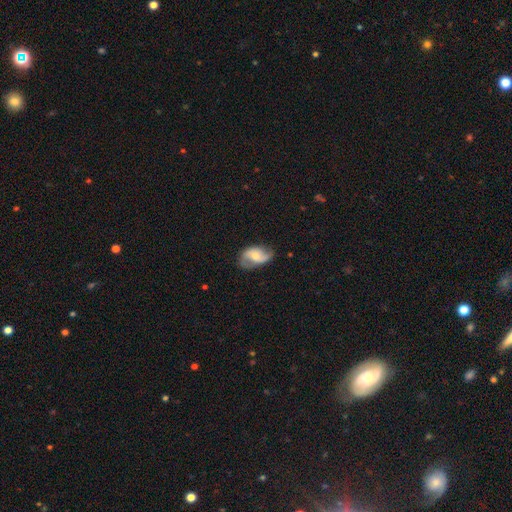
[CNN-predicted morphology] This is likely a featured or disk galaxy (68%). It is clearly not viewed edge-on (96%). Bar: possibly no (55%). Spiral arm pattern: clearly yes (88%). Spiral arm count: clearly 2 (85%). Spiral winding: marginally loose (44%). Central bulge: possibly moderate (59%). Merging: likely none (67%).